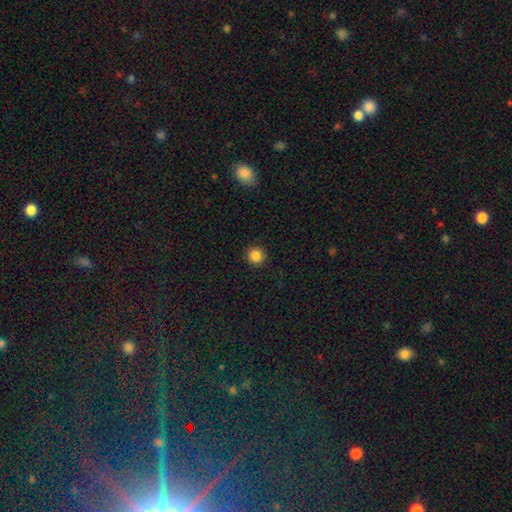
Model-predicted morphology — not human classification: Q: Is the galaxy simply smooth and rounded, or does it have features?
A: smooth — 86%.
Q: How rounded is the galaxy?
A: round — 96%.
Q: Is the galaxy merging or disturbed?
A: none — 92%.